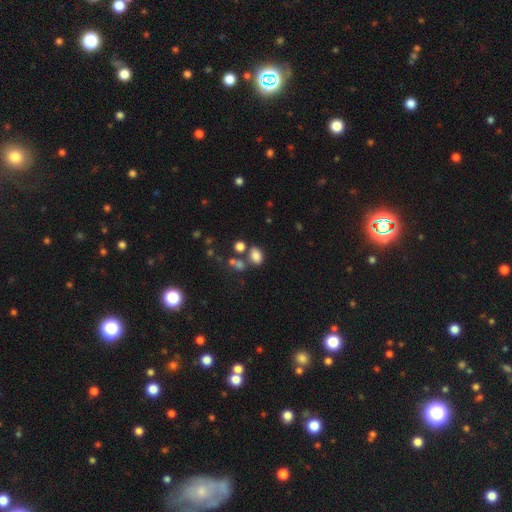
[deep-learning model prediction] Q: Smooth or featured?
A: smooth (80%); runner-up: star or artifact (13%)
Q: How rounded?
A: in between (77%); runner-up: round (22%)
Q: Merging?
A: none (60%); runner-up: merger (21%)